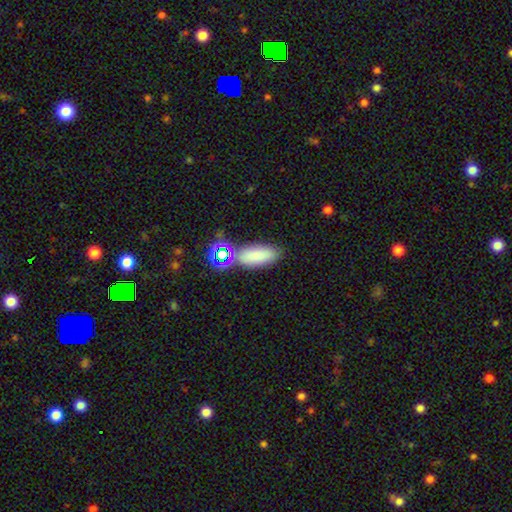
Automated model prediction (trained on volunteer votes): Overall: smooth (79%). How rounded: in between (74%). Merging: none (67%).